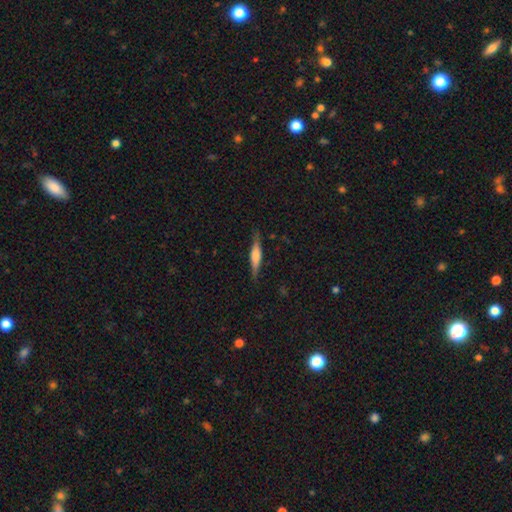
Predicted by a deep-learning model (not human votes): A featured or disk galaxy (49%). Merging: none (83%).